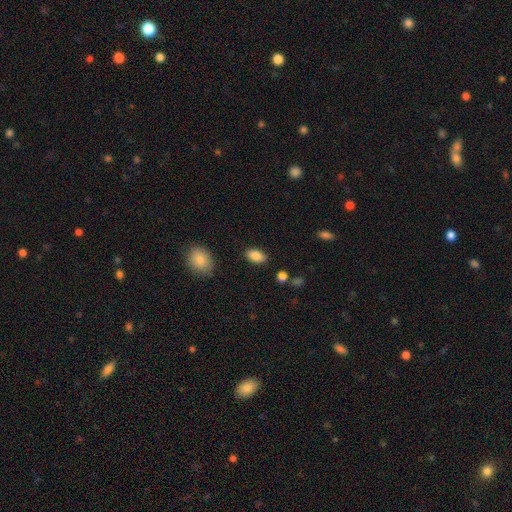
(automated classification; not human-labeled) Overall: smooth (88%). How rounded: in between (92%). Merging: none (87%).